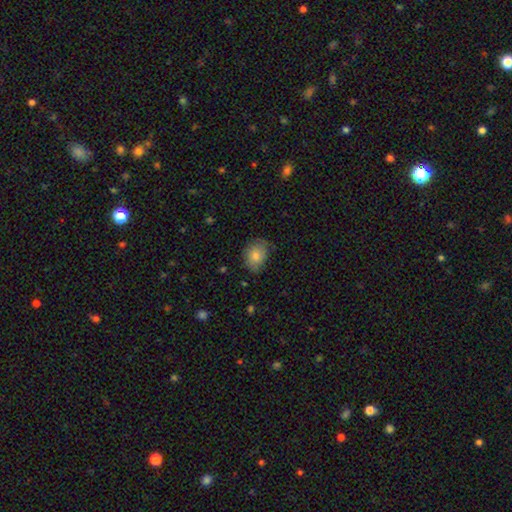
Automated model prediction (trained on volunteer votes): The model was most divided on "how rounded": in between: 57%, round: 42%, cigar-shaped: 1%. More confident: smooth or featured — smooth (79%); merging — none (67%).